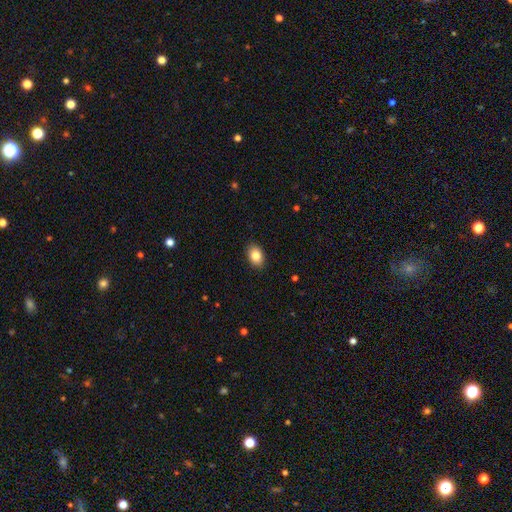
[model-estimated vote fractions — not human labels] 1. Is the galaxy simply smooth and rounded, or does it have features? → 85% smooth, 8% star or artifact, 7% featured or disk.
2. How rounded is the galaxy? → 82% in between, 17% round, 1% cigar-shaped.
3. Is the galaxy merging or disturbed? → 90% none, 8% minor disturbance, 2% major disturbance, 1% merger.